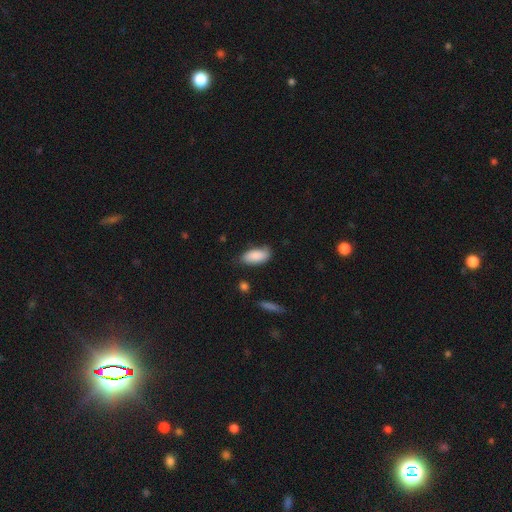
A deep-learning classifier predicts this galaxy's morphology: The model was most divided on "merging": none: 65%, minor disturbance: 26%, major disturbance: 6%, merger: 3%. More confident: how rounded — in between (91%); smooth or featured — smooth (86%).